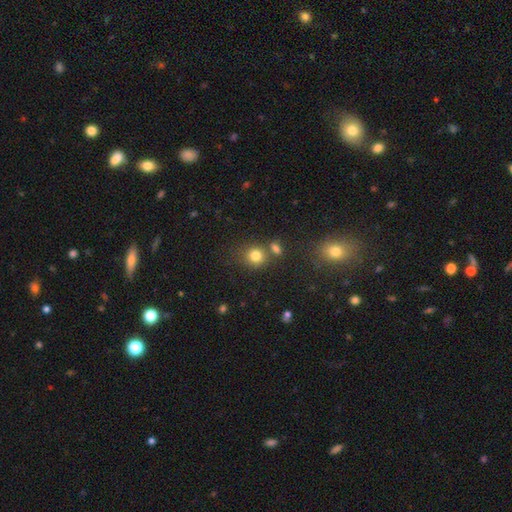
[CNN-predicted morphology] The model was most divided on "merging": none: 65%, merger: 20%, minor disturbance: 11%, major disturbance: 4%. More confident: how rounded — round (81%); smooth or featured — smooth (80%).